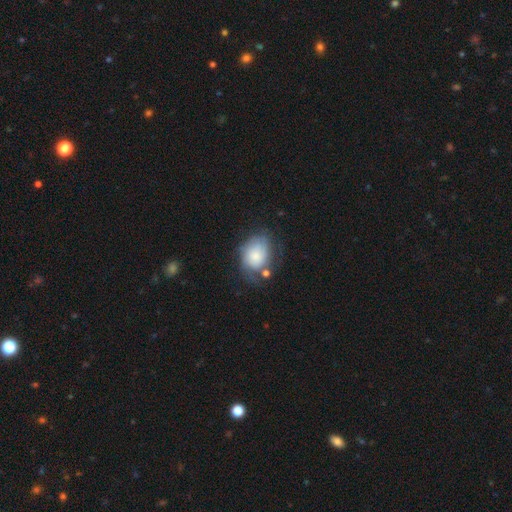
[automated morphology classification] Q: Smooth or featured?
A: smooth (62%); runner-up: featured or disk (30%)
Q: How rounded?
A: in between (62%); runner-up: round (37%)
Q: Merging?
A: none (42%); runner-up: minor disturbance (29%)